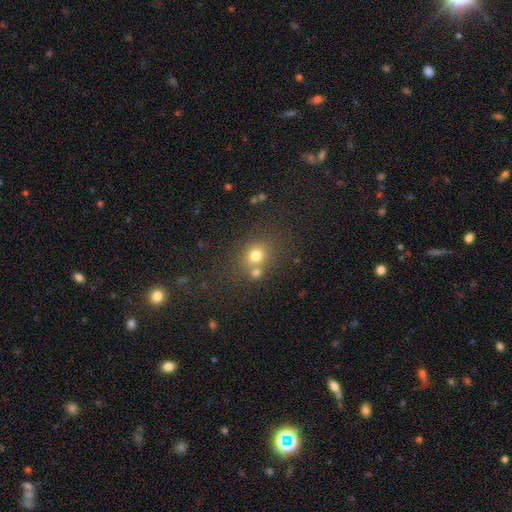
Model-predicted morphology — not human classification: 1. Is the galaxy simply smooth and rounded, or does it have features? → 73% smooth, 16% star or artifact, 10% featured or disk.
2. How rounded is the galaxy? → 73% round, 26% in between, 1% cigar-shaped.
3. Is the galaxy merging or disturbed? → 59% none, 27% merger, 10% minor disturbance, 4% major disturbance.